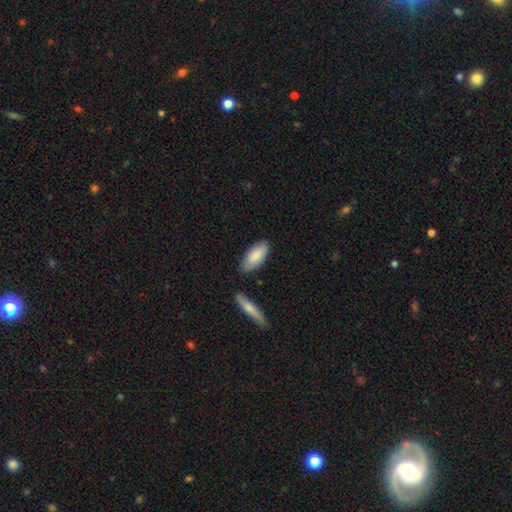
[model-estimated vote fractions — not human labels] smooth_or_featured: smooth (p=0.84) [alt: featured or disk p=0.11]
how_rounded: in between (p=0.87) [alt: cigar-shaped p=0.12]
merging: none (p=0.75) [alt: minor disturbance p=0.17]